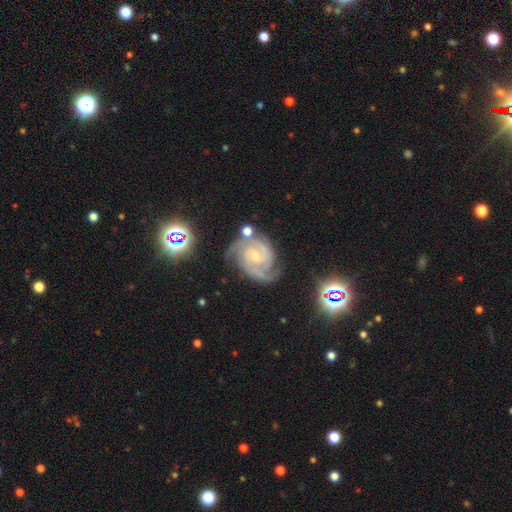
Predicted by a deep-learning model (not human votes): Overall: featured or disk (89%). Edge-on disk: no (98%). Bar: no (54%; weak 37%). Spiral arms: yes (98%). Spiral arm count: 2 (55%; 3 24%). Spiral winding: tight (61%; medium 34%). Bulge size: small (69%). Merging: none (63%).